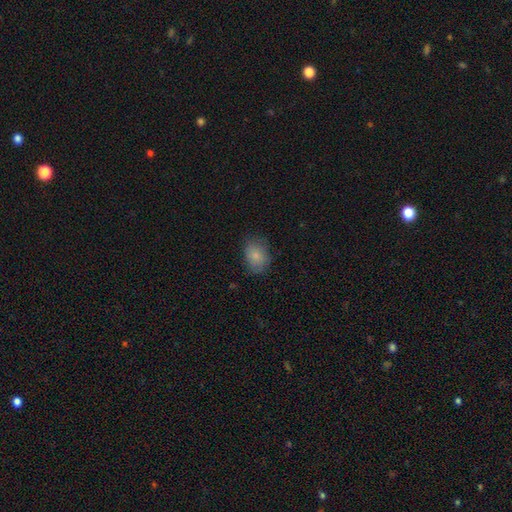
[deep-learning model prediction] A smooth galaxy with no disk features (82%) that is in between round and cigar-shaped (66%). Merging: none (72%).